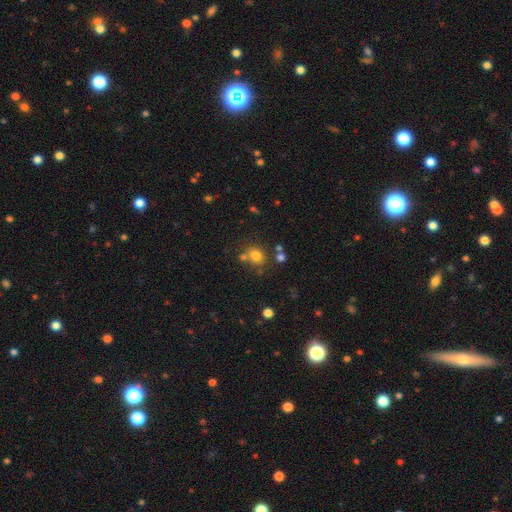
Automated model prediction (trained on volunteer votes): Smooth or featured? smooth (77%)
How rounded? round (77%)
Merging? none (67%)